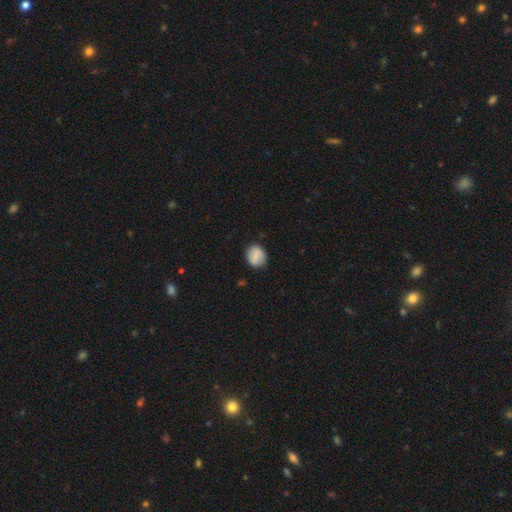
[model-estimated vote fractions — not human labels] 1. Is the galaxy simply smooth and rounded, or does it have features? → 80% smooth, 13% featured or disk, 7% star or artifact.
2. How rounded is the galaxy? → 61% round, 38% in between, 1% cigar-shaped.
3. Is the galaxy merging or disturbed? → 81% none, 14% minor disturbance, 3% major disturbance, 2% merger.